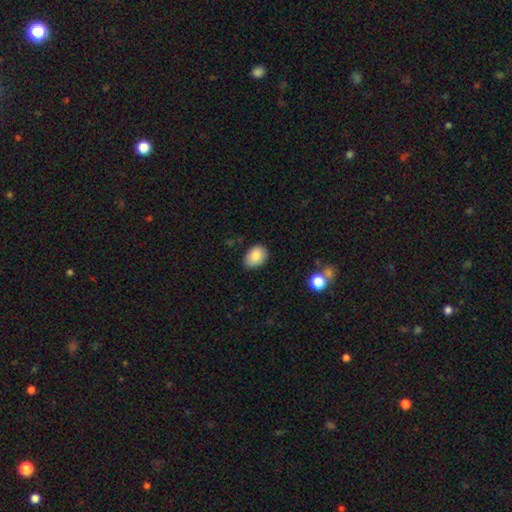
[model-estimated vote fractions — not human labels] smooth-or-featured: smooth: 86% | star or artifact: 8% | featured or disk: 7%
  how-rounded: in between: 75% | round: 24% | cigar-shaped: 1%
  merging: none: 84% | minor disturbance: 13% | major disturbance: 2% | merger: 1%